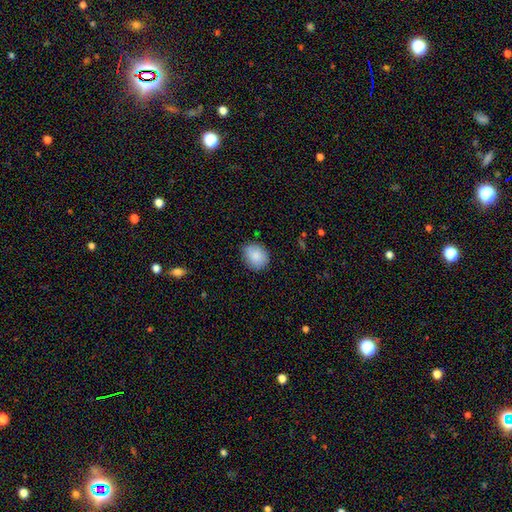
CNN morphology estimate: type=smooth (86%); roundness=round (62%); merging=none (78%).